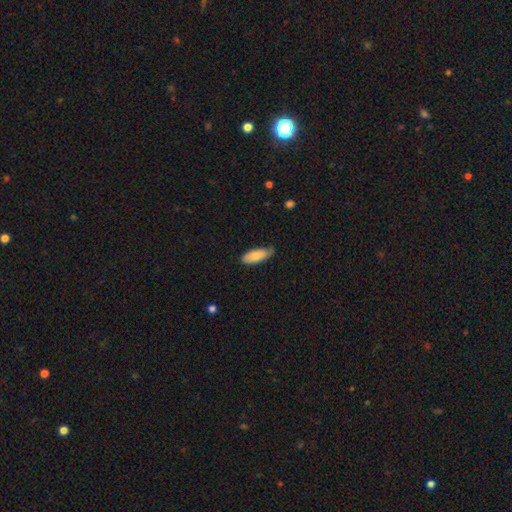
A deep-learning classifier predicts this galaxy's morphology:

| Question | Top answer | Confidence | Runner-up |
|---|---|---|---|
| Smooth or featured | smooth | 81% | featured or disk (13%) |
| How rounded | in between | 79% | cigar-shaped (19%) |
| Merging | none | 65% | minor disturbance (30%) |